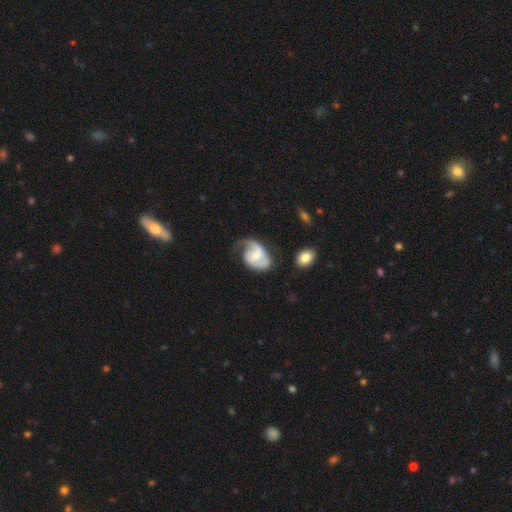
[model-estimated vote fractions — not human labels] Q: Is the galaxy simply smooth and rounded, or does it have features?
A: featured or disk — 78%.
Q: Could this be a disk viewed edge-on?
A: no — 97%.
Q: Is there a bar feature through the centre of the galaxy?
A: weak — 45%.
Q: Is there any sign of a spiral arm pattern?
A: yes — 91%.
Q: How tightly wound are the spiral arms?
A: medium — 42%.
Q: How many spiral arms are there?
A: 2 — 51%.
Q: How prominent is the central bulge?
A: moderate — 49%.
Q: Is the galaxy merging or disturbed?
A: none — 37%.